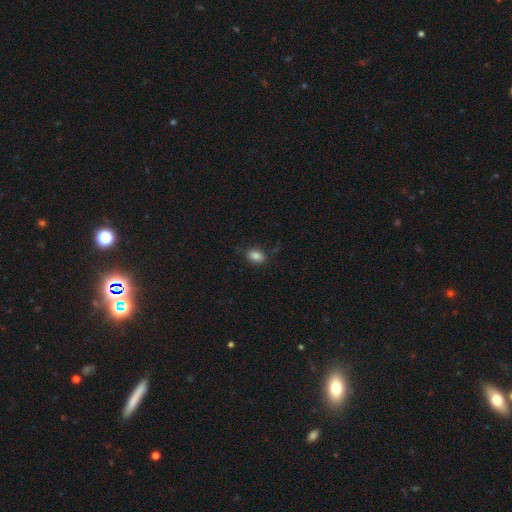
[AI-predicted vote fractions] Morphology: type=smooth (85%); roundness=in between (74%); merging=none (81%).